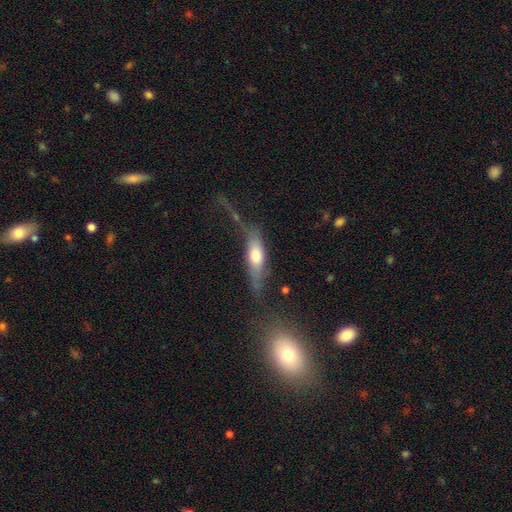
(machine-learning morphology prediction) The model was most divided on "how rounded": in between: 55%, cigar-shaped: 41%, round: 4%. Remaining: smooth or featured — smooth (58%); merging — none (47%).